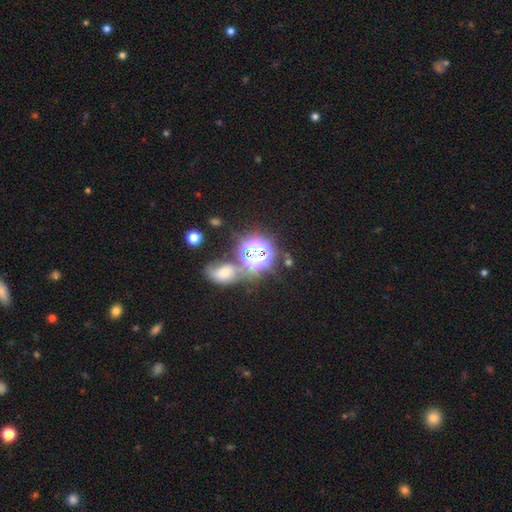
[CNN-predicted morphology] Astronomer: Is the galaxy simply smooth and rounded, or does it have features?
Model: star or artifact — 51% (runner-up: smooth, 34%).